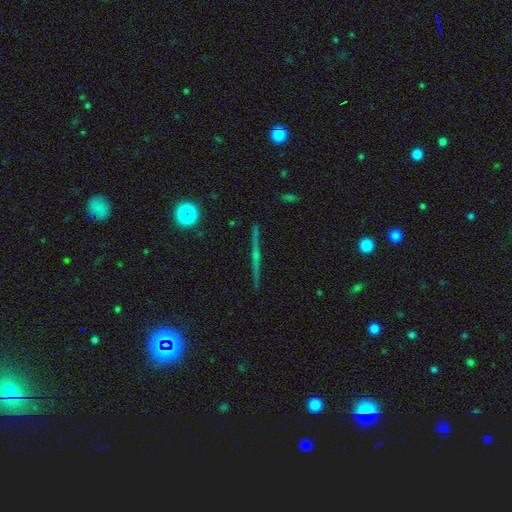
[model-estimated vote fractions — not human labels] Overall: featured or disk (64%). Edge-on disk: yes (97%). Edge-on bulge: none (48%; rounded 41%). Merging: none (92%).